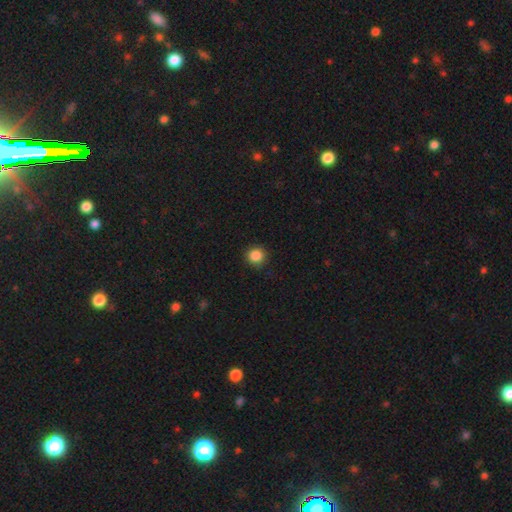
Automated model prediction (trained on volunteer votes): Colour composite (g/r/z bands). It shows a smooth galaxy with no disk features (86%) that is round (93%). Merging: none (90%).